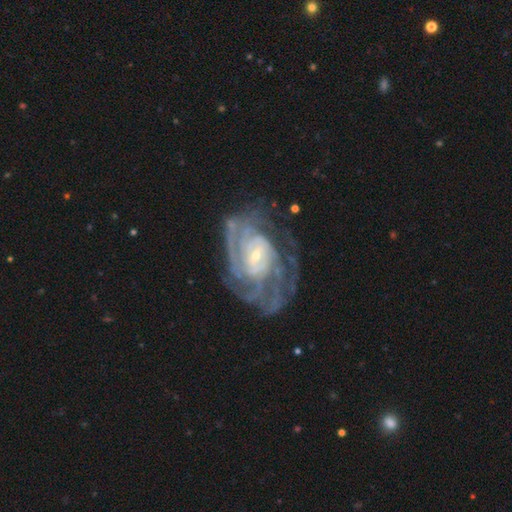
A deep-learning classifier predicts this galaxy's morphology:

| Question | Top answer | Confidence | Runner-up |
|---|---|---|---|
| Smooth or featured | featured or disk | 90% | star or artifact (6%) |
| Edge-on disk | no | 97% | yes (3%) |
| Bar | no | 43% | weak (41%) |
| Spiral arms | yes | 97% | no (3%) |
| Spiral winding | tight | 63% | medium (31%) |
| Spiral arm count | can't tell | 27% | 4 (21%) |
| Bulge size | small | 75% | moderate (20%) |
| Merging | none | 63% | minor disturbance (19%) |